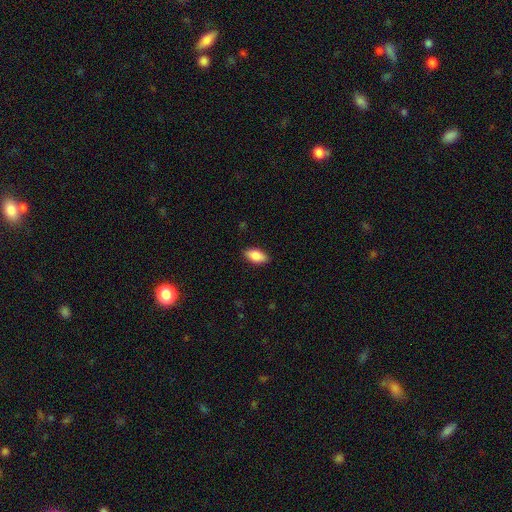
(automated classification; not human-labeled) smooth_or_featured: smooth (p=0.85) [alt: featured or disk p=0.08]
how_rounded: in between (p=0.91) [alt: cigar-shaped p=0.06]
merging: none (p=0.88) [alt: minor disturbance p=0.09]